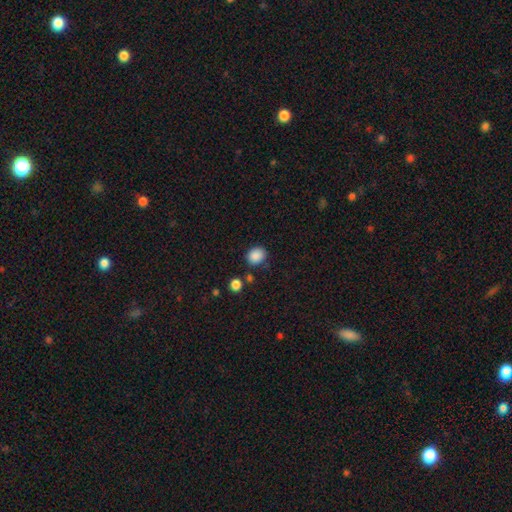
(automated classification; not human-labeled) This appears to be a smooth galaxy with no disk features (87%) that is round (58%). Merging: none (79%).